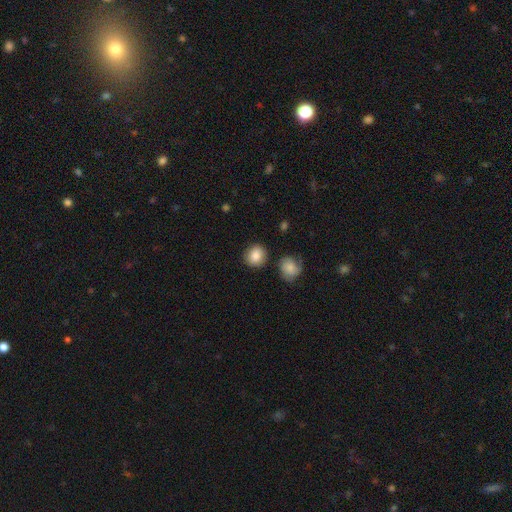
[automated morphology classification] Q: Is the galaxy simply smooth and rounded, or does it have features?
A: smooth — 85%.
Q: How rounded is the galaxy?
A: round — 85%.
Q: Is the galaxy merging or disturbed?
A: none — 84%.